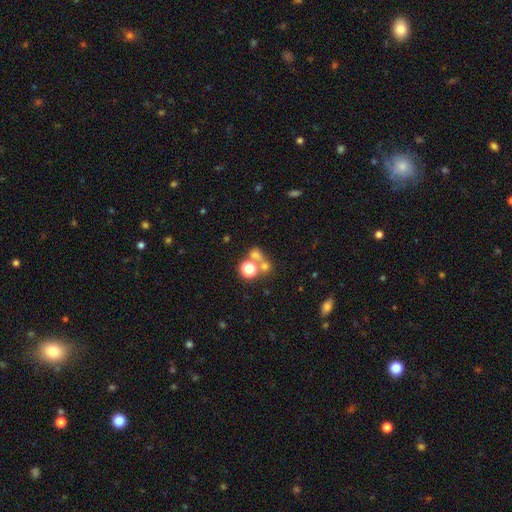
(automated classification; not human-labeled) Smooth or featured?
  - smooth: 58% *
  - star or artifact: 28%
  - featured or disk: 13%
How rounded?
  - round: 80% *
  - in between: 18%
  - cigar-shaped: 2%
Merging?
  - none: 46% *
  - merger: 39%
  - minor disturbance: 8%
  - major disturbance: 7%